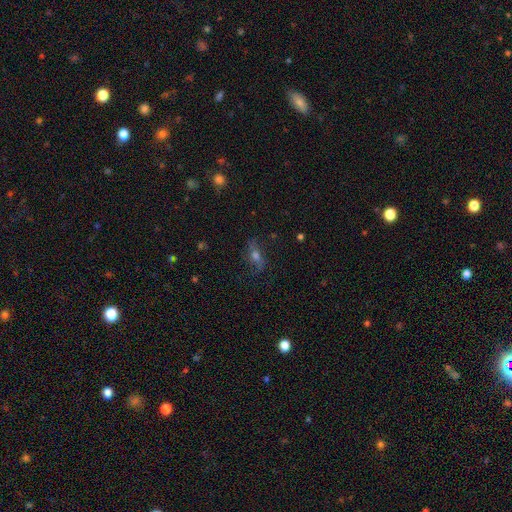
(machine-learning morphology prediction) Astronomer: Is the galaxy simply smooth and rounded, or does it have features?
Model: featured or disk — 52% (runner-up: smooth, 30%).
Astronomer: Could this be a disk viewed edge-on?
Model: no — 68%.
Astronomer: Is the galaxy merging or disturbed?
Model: none — 72%.